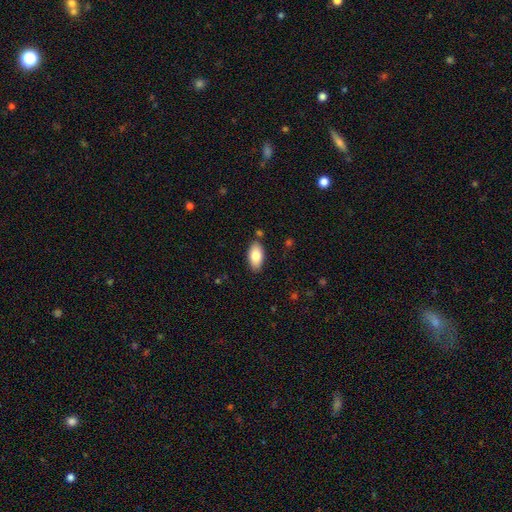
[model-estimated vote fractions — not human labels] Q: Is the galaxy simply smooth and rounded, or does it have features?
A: smooth — 82%.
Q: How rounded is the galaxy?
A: in between — 94%.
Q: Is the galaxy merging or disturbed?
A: none — 84%.